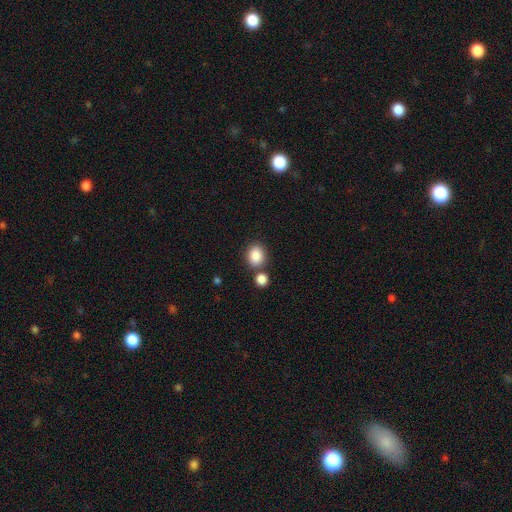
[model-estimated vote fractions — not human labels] Morphology: type=smooth (87%); roundness=round (55%); merging=none (68%).